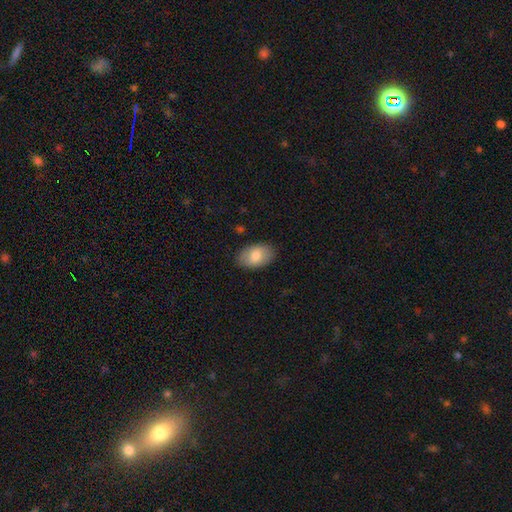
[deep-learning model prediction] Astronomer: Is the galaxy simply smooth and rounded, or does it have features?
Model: smooth — 79%.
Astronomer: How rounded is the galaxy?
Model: in between — 92%.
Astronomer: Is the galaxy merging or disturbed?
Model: none — 87%.